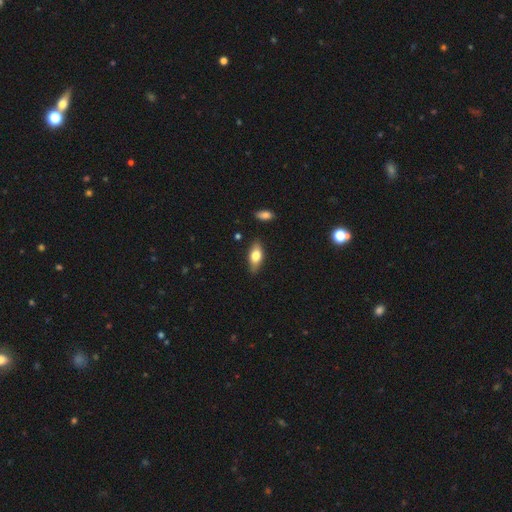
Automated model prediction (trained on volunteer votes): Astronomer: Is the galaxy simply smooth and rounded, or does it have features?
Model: smooth — 67%.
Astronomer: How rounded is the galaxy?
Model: in between — 79%.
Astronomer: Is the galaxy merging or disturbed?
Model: none — 82%.